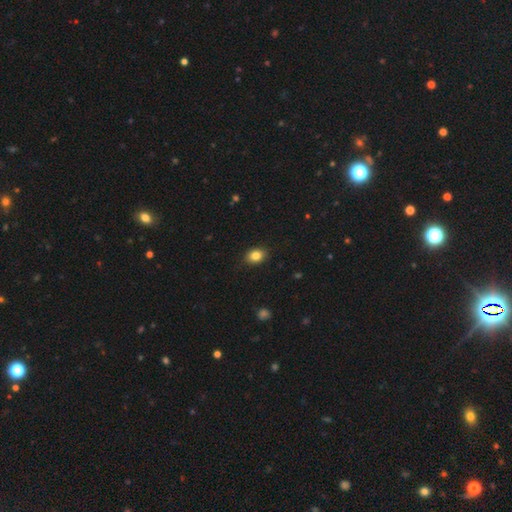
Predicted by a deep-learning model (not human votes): smooth 84%, star or artifact 9%, featured or disk 7%. Down the decision tree: how rounded — in between (65%); merging — none (87%).